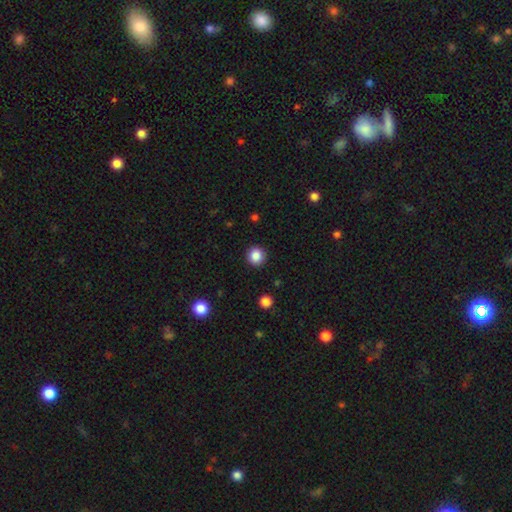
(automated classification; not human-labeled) Smooth or featured?
  - smooth: 85% *
  - star or artifact: 10%
  - featured or disk: 4%
How rounded?
  - round: 94% *
  - in between: 5%
  - cigar-shaped: 1%
Merging?
  - none: 92% *
  - minor disturbance: 5%
  - major disturbance: 2%
  - merger: 1%